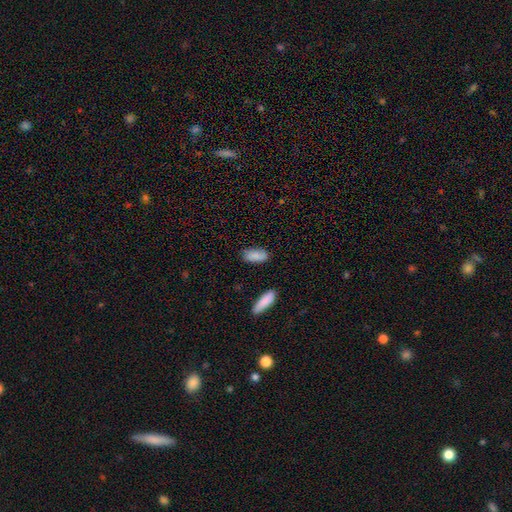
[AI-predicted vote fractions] Smooth or featured?
  - smooth: 86% *
  - star or artifact: 7%
  - featured or disk: 7%
How rounded?
  - in between: 87% *
  - cigar-shaped: 10%
  - round: 3%
Merging?
  - none: 80% *
  - minor disturbance: 14%
  - merger: 3%
  - major disturbance: 3%